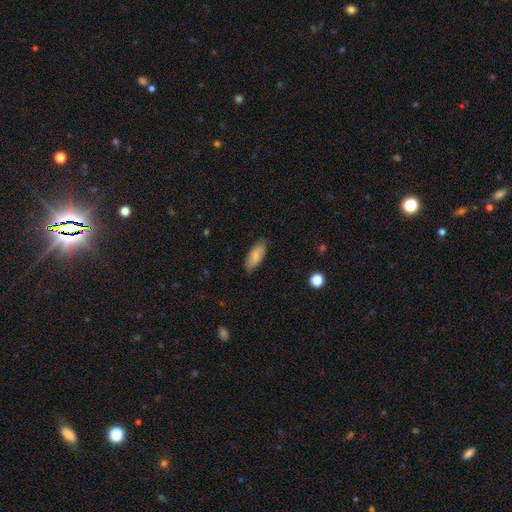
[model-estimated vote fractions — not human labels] Smooth or featured? Predicted: smooth (p=0.79). How rounded? Predicted: in between (p=0.82). Merging? Predicted: none (p=0.82).